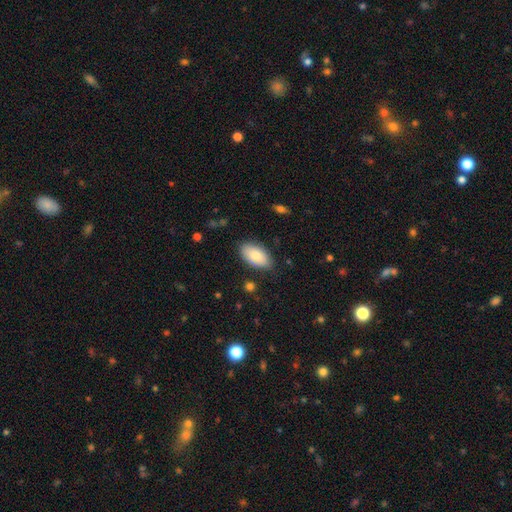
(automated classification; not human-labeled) Smooth or featured? smooth (80%)
How rounded? in between (95%)
Merging? none (82%)